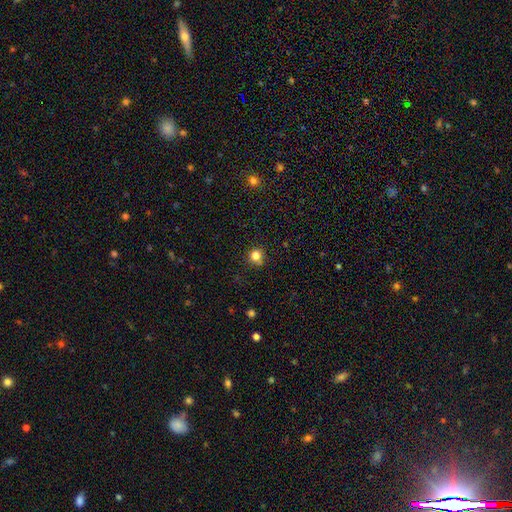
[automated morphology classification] Q: Smooth or featured?
A: smooth (81%); runner-up: star or artifact (14%)
Q: How rounded?
A: round (92%); runner-up: in between (7%)
Q: Merging?
A: none (80%); runner-up: minor disturbance (11%)